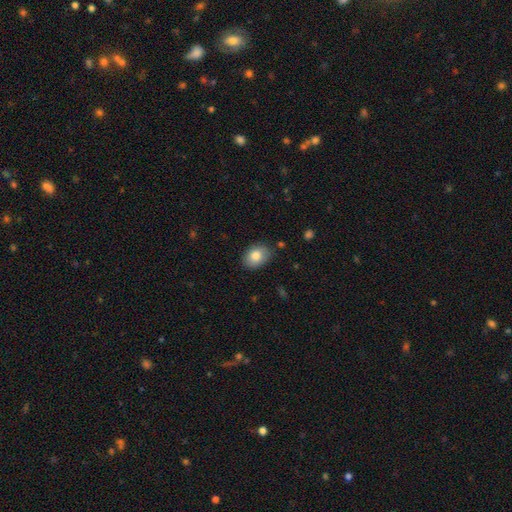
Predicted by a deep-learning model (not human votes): A smooth galaxy with no disk features (83%) that is in between round and cigar-shaped (71%).

Vote fractions:
- Smooth or featured? smooth: 83% / featured or disk: 9% / star or artifact: 8%
- How rounded? in between: 71% / round: 28% / cigar-shaped: 1%
- Merging? none: 83% / minor disturbance: 13% / major disturbance: 3% / merger: 2%